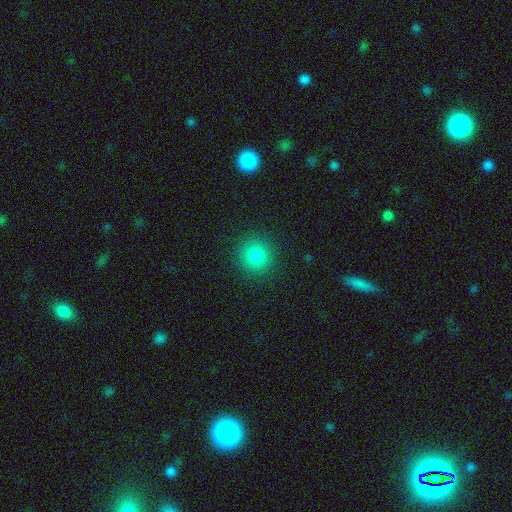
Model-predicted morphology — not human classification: Overall: smooth (84%). How rounded: round (94%). Merging: none (91%).